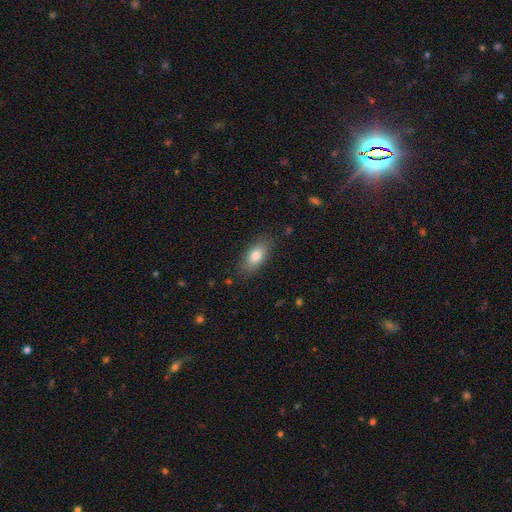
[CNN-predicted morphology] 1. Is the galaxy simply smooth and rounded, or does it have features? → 82% smooth, 11% featured or disk, 7% star or artifact.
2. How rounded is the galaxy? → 87% in between, 9% cigar-shaped, 4% round.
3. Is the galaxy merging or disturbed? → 84% none, 12% minor disturbance, 3% major disturbance, 1% merger.